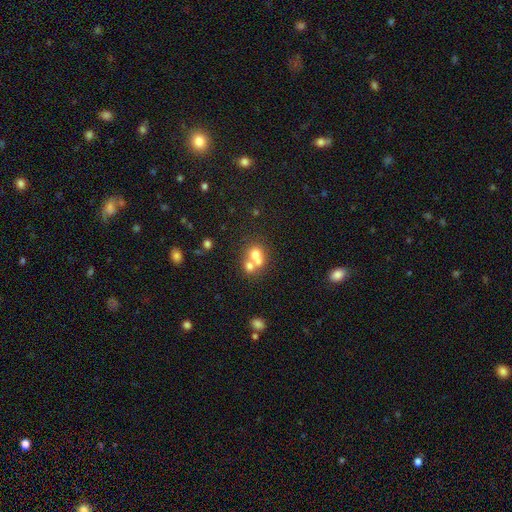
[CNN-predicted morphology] Smooth or featured? smooth (63%)
How rounded? round (68%)
Merging? merger (61%)